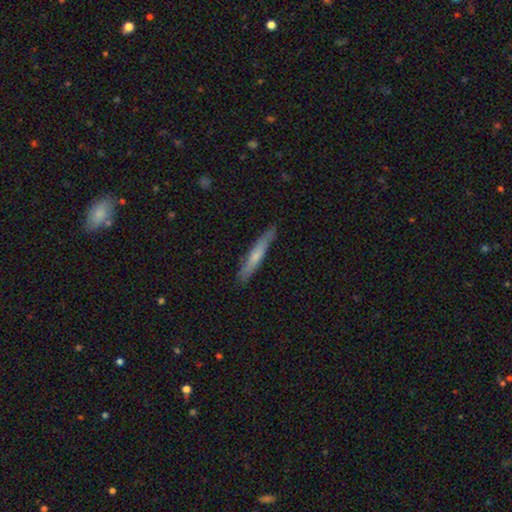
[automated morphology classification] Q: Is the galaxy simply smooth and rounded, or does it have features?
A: smooth — 58%.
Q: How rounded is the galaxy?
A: cigar-shaped — 94%.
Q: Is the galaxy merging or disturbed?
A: none — 85%.